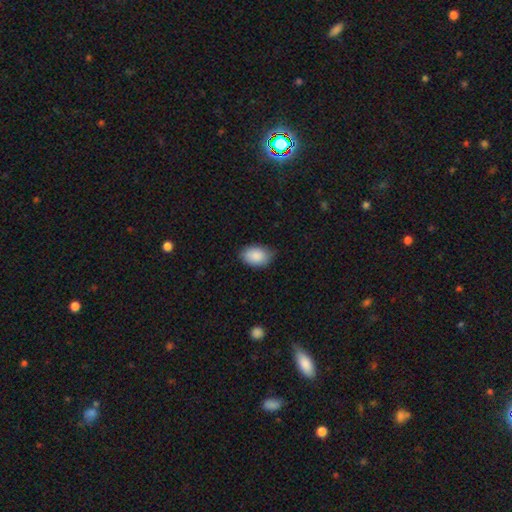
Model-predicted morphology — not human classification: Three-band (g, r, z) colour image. It shows a smooth galaxy with no disk features (89%) that is in between round and cigar-shaped (85%). Merging: none (76%).